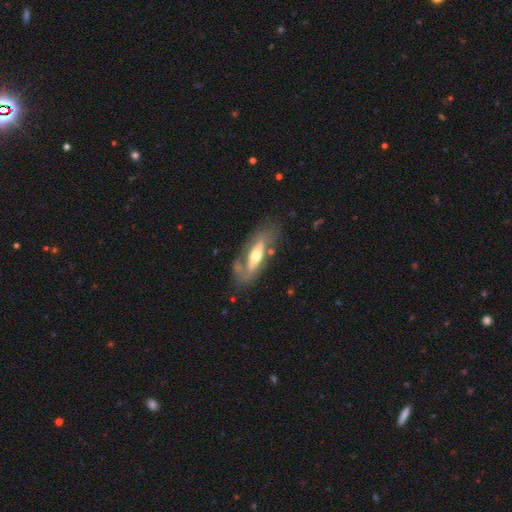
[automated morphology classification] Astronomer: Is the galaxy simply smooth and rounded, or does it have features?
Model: featured or disk — 60%.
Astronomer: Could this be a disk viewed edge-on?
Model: no — 72%.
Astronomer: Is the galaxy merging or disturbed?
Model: none — 65%.